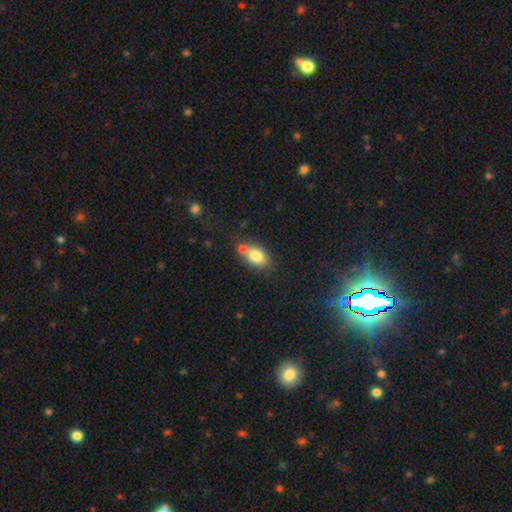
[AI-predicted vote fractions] A smooth galaxy with no disk features (80%) that is in between round and cigar-shaped (84%).

Vote fractions:
- Smooth or featured? smooth: 80% / featured or disk: 11% / star or artifact: 8%
- How rounded? in between: 84% / round: 14% / cigar-shaped: 2%
- Merging? none: 53% / merger: 30% / minor disturbance: 13% / major disturbance: 4%